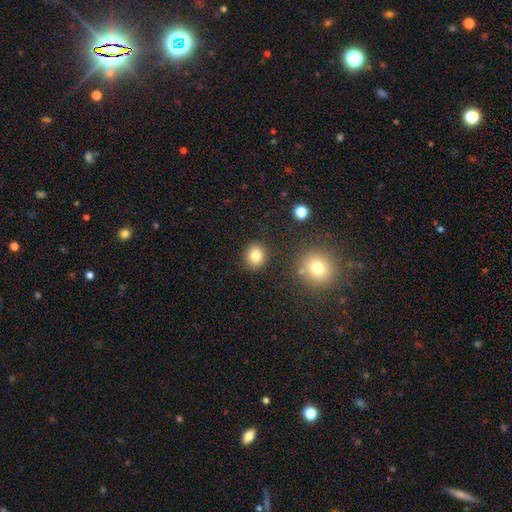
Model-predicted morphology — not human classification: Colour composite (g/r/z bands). It shows a smooth galaxy with no disk features (82%) that is round (81%). Merging: none (87%).